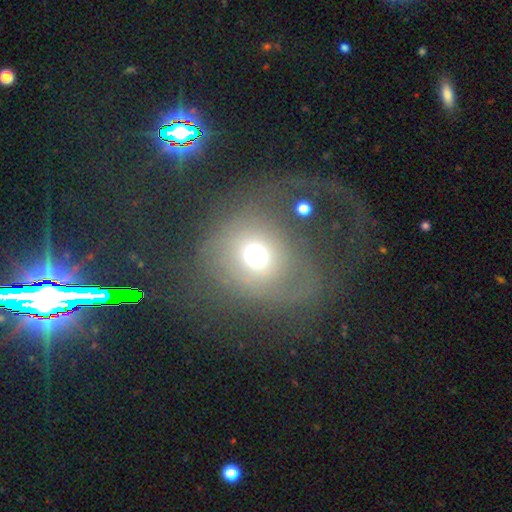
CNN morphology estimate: Q: Smooth or featured?
A: smooth (56%); runner-up: featured or disk (25%)
Q: How rounded?
A: round (77%); runner-up: in between (21%)
Q: Merging?
A: none (53%); runner-up: major disturbance (26%)